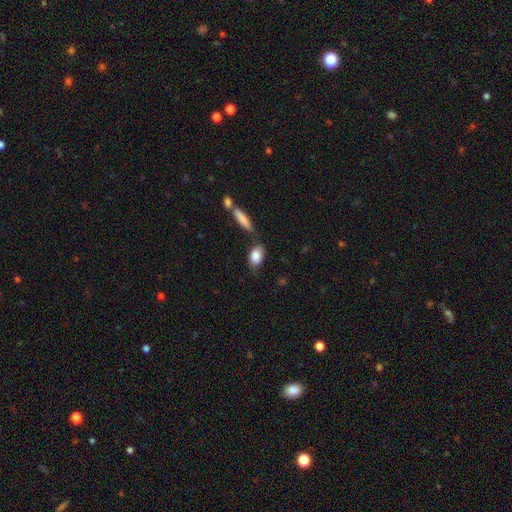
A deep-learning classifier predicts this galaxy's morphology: smooth_or_featured: smooth (p=0.84) [alt: featured or disk p=0.10]
how_rounded: in between (p=0.87) [alt: round p=0.08]
merging: none (p=0.64) [alt: minor disturbance p=0.19]